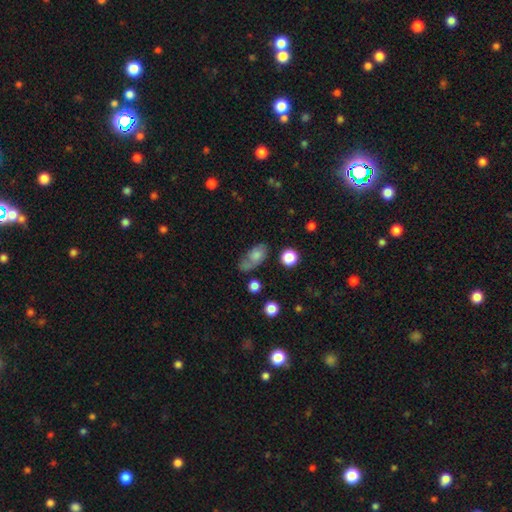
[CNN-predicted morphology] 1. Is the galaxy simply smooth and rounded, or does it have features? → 70% smooth, 19% featured or disk, 11% star or artifact.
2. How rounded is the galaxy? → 81% in between, 13% round, 6% cigar-shaped.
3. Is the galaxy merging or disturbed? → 44% none, 28% minor disturbance, 17% major disturbance, 11% merger.